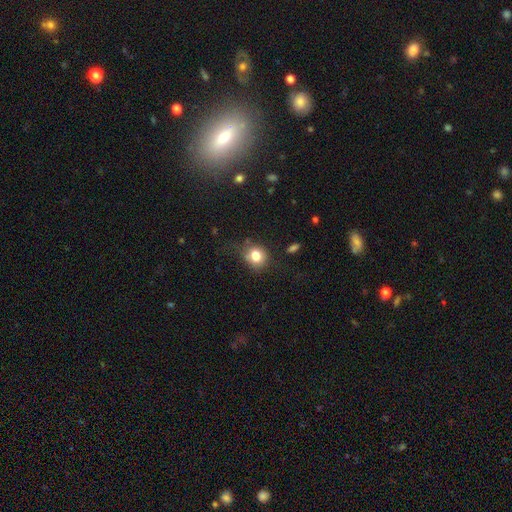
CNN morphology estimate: Smooth or featured? Predicted: smooth (p=0.79). How rounded? Predicted: round (p=0.76). Merging? Predicted: none (p=0.65).